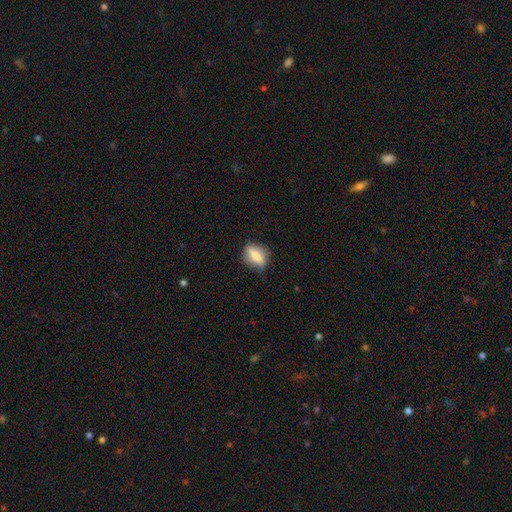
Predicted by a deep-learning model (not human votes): Smooth or featured? Predicted: smooth (p=0.77). How rounded? Predicted: in between (p=0.67). Merging? Predicted: none (p=0.79).